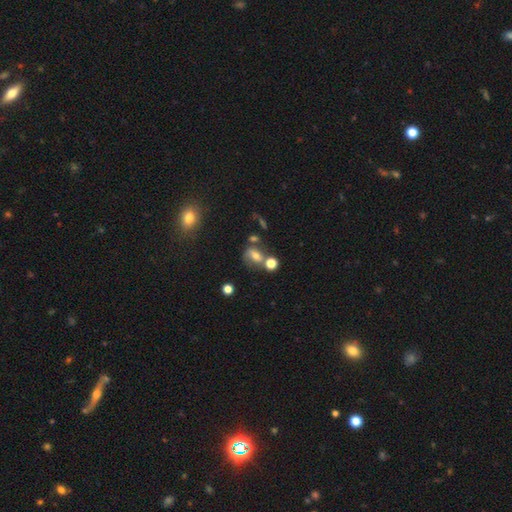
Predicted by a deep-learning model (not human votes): smooth_or_featured: smooth (p=0.53) [alt: featured or disk p=0.30]
how_rounded: in between (p=0.53) [alt: round p=0.44]
merging: none (p=0.42) [alt: merger p=0.28]